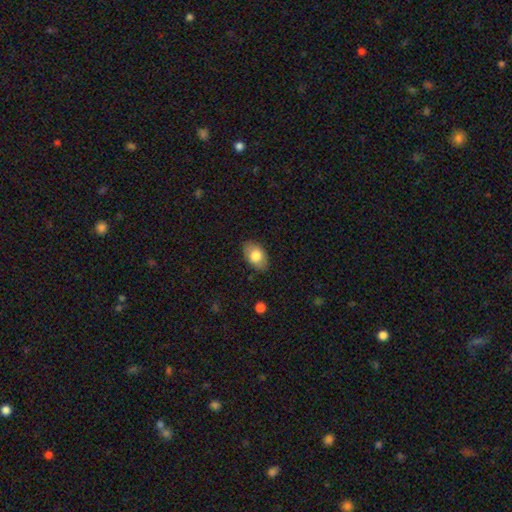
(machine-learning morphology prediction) Smooth or featured? Predicted: smooth (p=0.78). How rounded? Predicted: in between (p=0.90). Merging? Predicted: none (p=0.86).